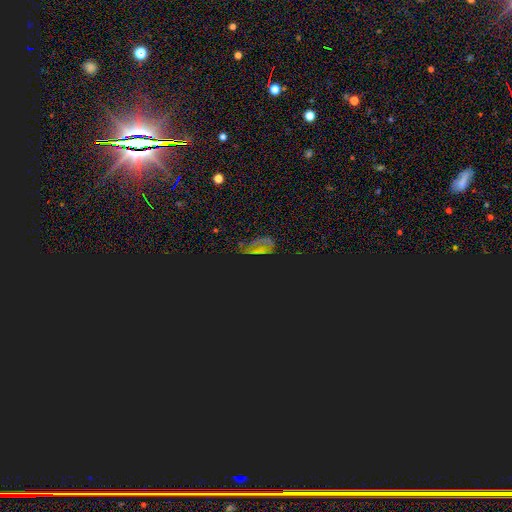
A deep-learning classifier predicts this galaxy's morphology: Smooth or featured? Predicted: star or artifact (p=0.71).